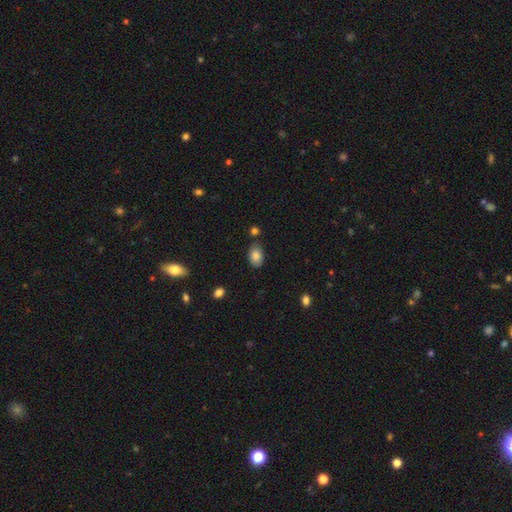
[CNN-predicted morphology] This appears to be a smooth galaxy with no disk features (83%) that is in between round and cigar-shaped (87%). Merging: none (77%).